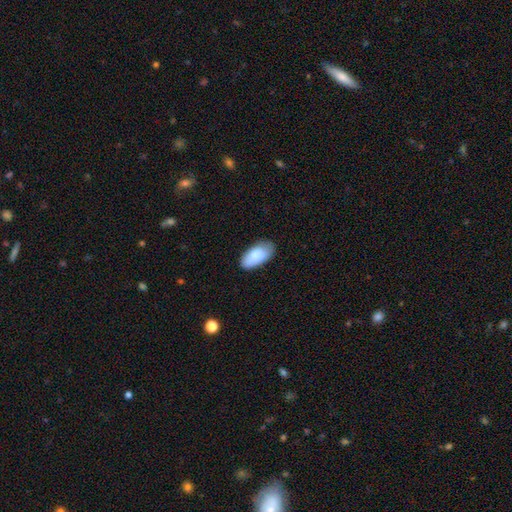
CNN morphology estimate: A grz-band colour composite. It shows a smooth galaxy with no disk features (85%) that is in between round and cigar-shaped (94%). Merging: none (70%).